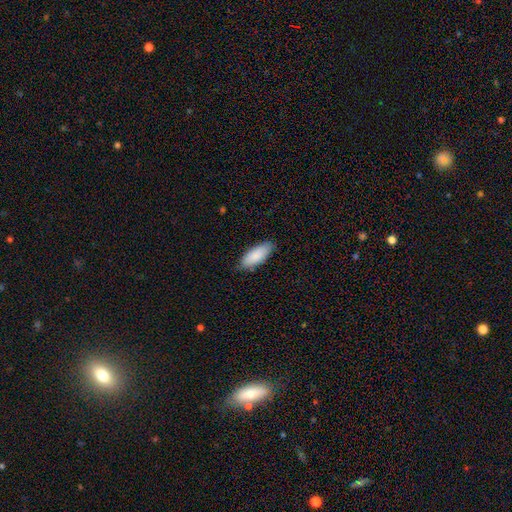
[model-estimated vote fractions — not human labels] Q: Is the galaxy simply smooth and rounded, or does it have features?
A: smooth — 87%.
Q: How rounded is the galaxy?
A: in between — 82%.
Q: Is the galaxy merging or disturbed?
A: none — 83%.